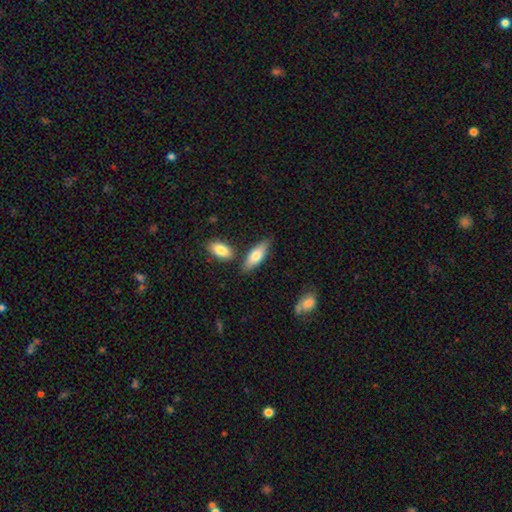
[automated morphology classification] Smooth or featured? smooth (73%)
How rounded? in between (68%)
Merging? none (73%)